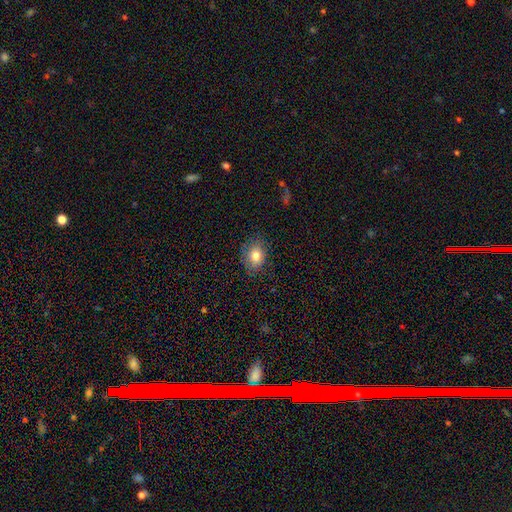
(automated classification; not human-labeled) A smooth galaxy with no disk features (79%) that is in between round and cigar-shaped (62%). Merging: none (80%).